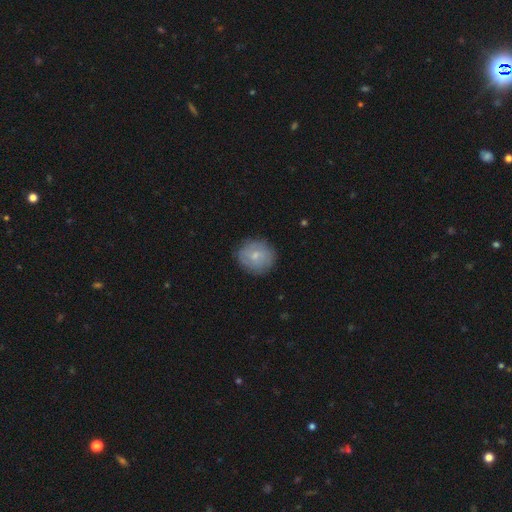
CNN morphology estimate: The model was most divided on "smooth or featured": smooth: 66%, featured or disk: 27%, star or artifact: 7%. More confident: how rounded — round (83%); merging — none (83%).